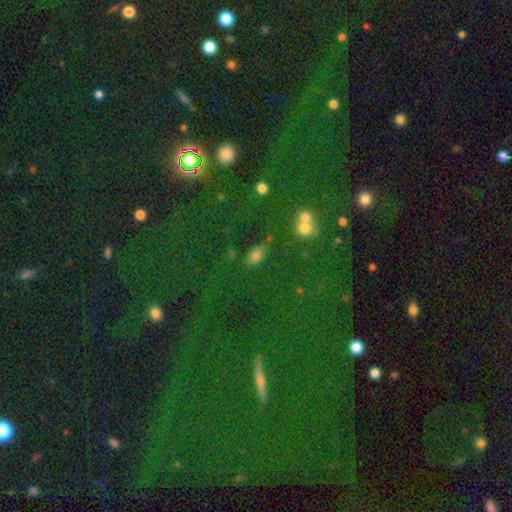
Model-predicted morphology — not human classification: Smooth or featured: smooth — 69% (star or artifact — 22%)
How rounded: in between — 82% (round — 14%)
Merging: none — 68% (minor disturbance — 14%)